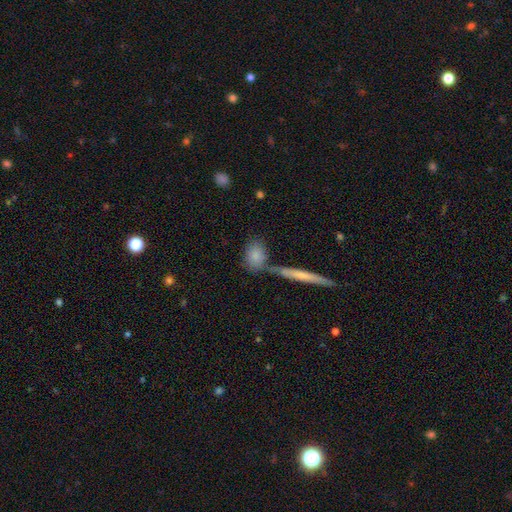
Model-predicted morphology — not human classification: Smooth or featured?
  - smooth: 81% *
  - featured or disk: 13%
  - star or artifact: 6%
How rounded?
  - in between: 63% *
  - round: 26%
  - cigar-shaped: 11%
Merging?
  - none: 55% *
  - merger: 26%
  - minor disturbance: 14%
  - major disturbance: 5%